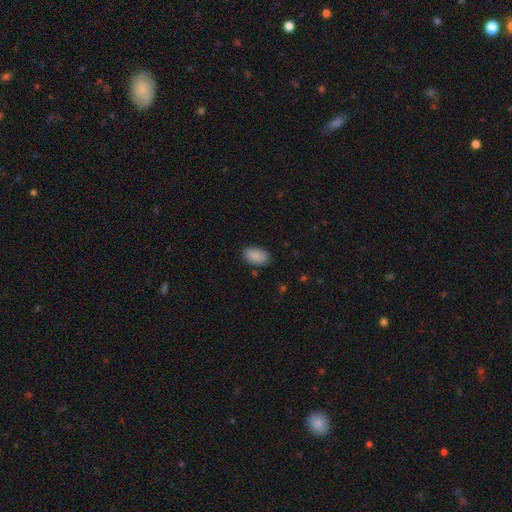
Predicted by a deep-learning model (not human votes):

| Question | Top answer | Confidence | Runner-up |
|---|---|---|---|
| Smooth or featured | smooth | 89% | star or artifact (7%) |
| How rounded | in between | 93% | round (6%) |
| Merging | none | 84% | minor disturbance (12%) |